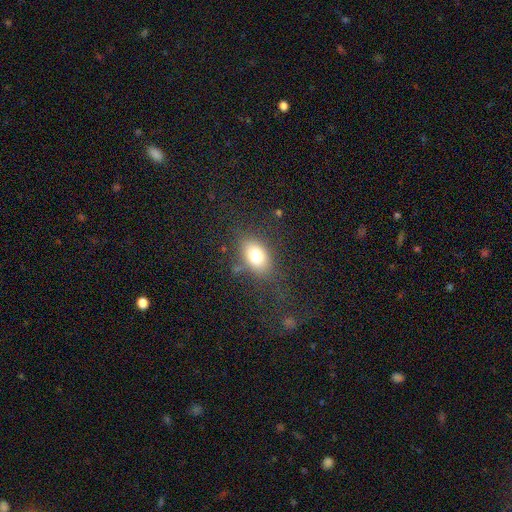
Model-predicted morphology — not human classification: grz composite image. It shows a smooth galaxy with no disk features (75%) that is in between round and cigar-shaped (79%). Merging: none (74%).